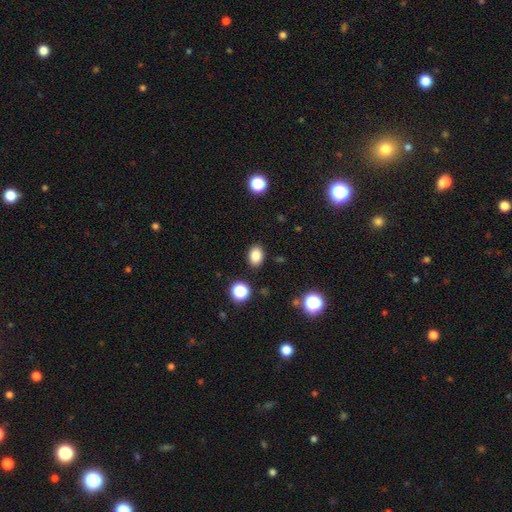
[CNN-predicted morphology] A smooth galaxy with no disk features (85%) that is in between round and cigar-shaped (72%).

Vote fractions:
- Smooth or featured? smooth: 85% / star or artifact: 11% / featured or disk: 4%
- How rounded? in between: 72% / round: 27% / cigar-shaped: 1%
- Merging? none: 87% / minor disturbance: 8% / major disturbance: 3% / merger: 2%